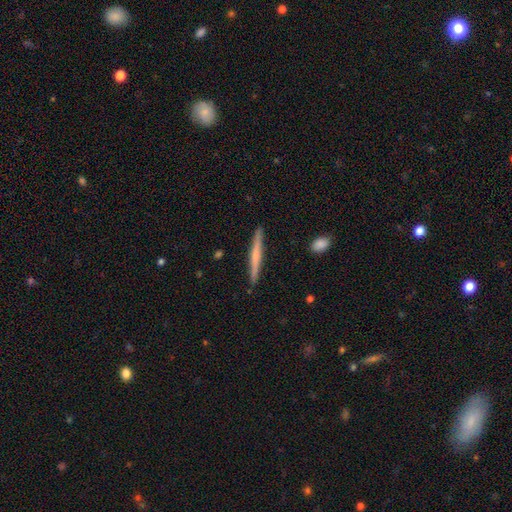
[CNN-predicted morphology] Smooth or featured? featured or disk (51%)
Edge-on disk? yes (97%)
Merging? none (91%)